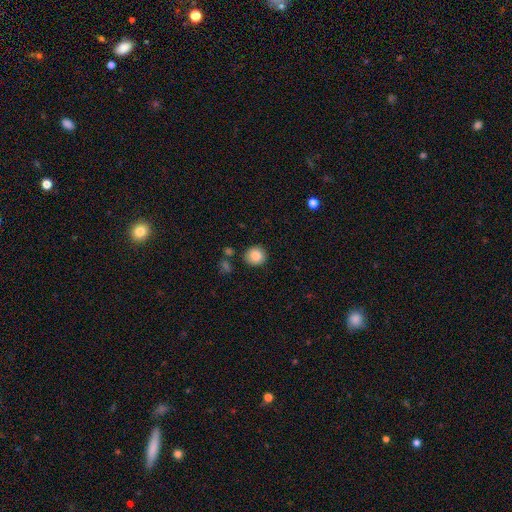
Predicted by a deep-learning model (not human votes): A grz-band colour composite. It shows a smooth galaxy with no disk features (87%) that is round (91%). Merging: none (86%).